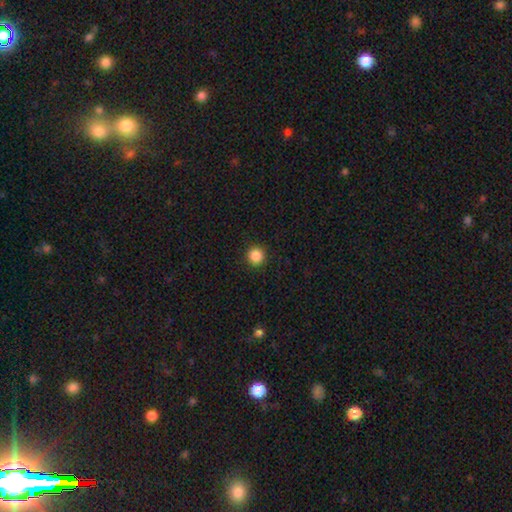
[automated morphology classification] Smooth or featured? smooth (87%)
How rounded? round (94%)
Merging? none (93%)